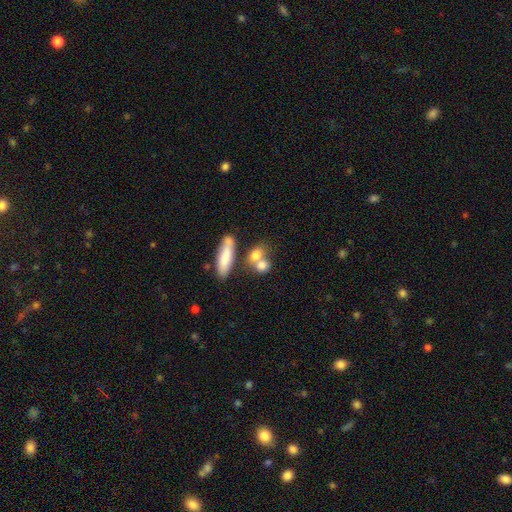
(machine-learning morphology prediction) smooth-or-featured: smooth: 76% | featured or disk: 15% | star or artifact: 9%
  how-rounded: in between: 45% | round: 37% | cigar-shaped: 18%
  merging: none: 42% | merger: 41% | minor disturbance: 11% | major disturbance: 6%